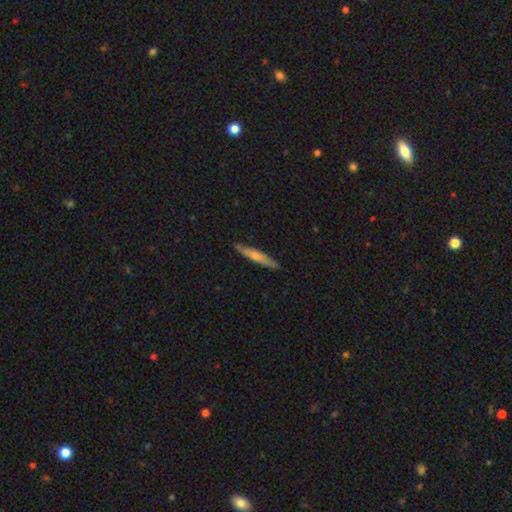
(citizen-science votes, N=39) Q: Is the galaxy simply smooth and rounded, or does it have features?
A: smooth — 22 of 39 (56%).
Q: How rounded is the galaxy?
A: cigar-shaped — 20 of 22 (91%).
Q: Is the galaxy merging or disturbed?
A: none — 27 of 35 (77%).